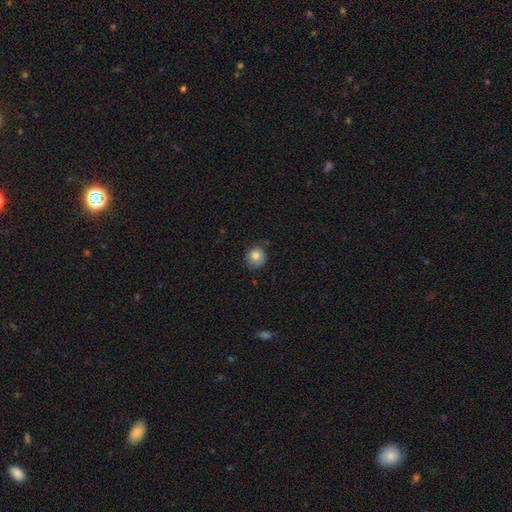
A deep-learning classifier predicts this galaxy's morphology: type=smooth (80%); roundness=round (87%); merging=none (72%).